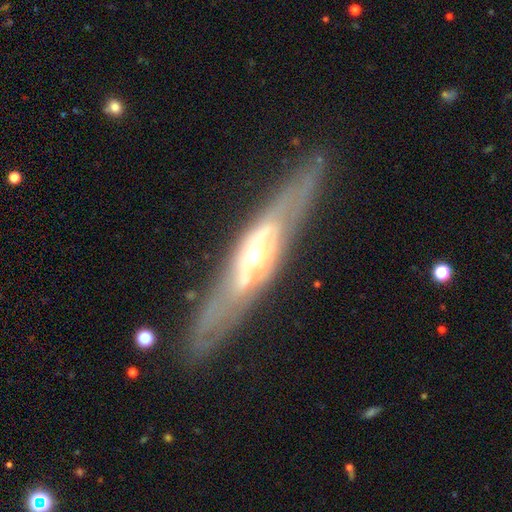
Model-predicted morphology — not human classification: Overall: featured or disk (78%). Edge-on disk: yes (62%; no 38%). Merging: none (80%).